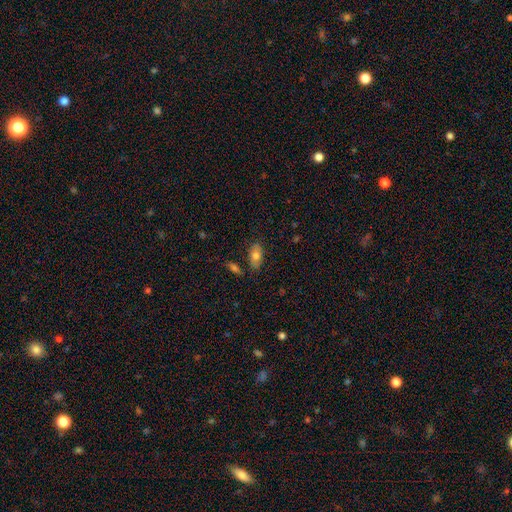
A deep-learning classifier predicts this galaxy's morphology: smooth-or-featured: smooth: 75% | featured or disk: 18% | star or artifact: 8%
  how-rounded: in between: 91% | round: 5% | cigar-shaped: 4%
  merging: none: 78% | minor disturbance: 15% | merger: 4% | major disturbance: 3%